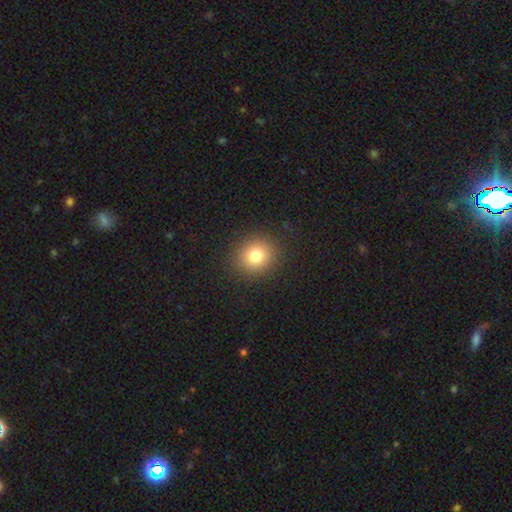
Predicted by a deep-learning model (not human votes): The model was most divided on "how rounded": round: 77%, in between: 22%, cigar-shaped: 1%. More confident: merging — none (89%); smooth or featured — smooth (79%).